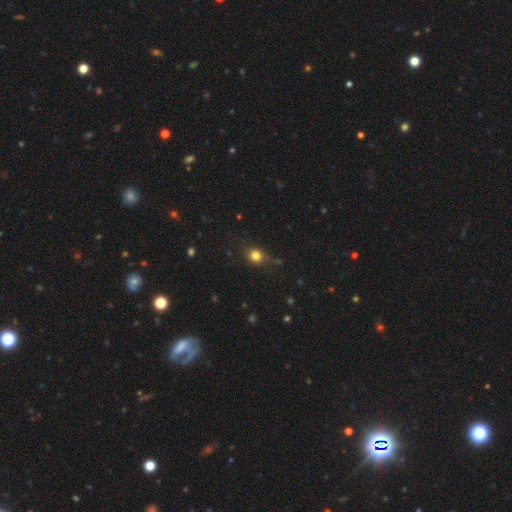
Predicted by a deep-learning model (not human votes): This is clearly a smooth galaxy (80%). How rounded: likely round (79%). Merging: likely none (74%).